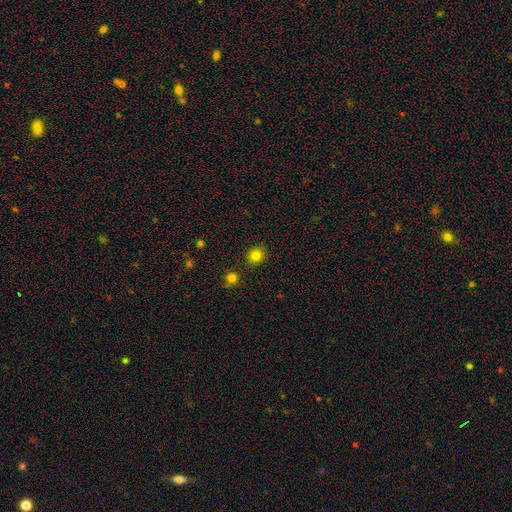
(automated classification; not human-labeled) smooth-or-featured: smooth: 81% | star or artifact: 14% | featured or disk: 5%
  how-rounded: round: 89% | in between: 10% | cigar-shaped: 1%
  merging: none: 89% | minor disturbance: 6% | merger: 3% | major disturbance: 2%